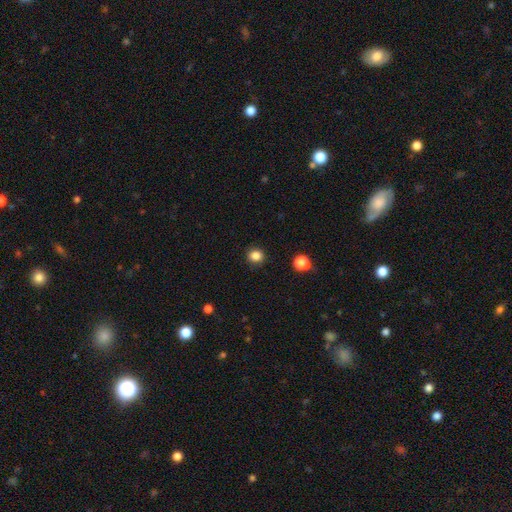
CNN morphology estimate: Smooth or featured? Predicted: smooth (p=0.84). How rounded? Predicted: round (p=0.83). Merging? Predicted: none (p=0.90).